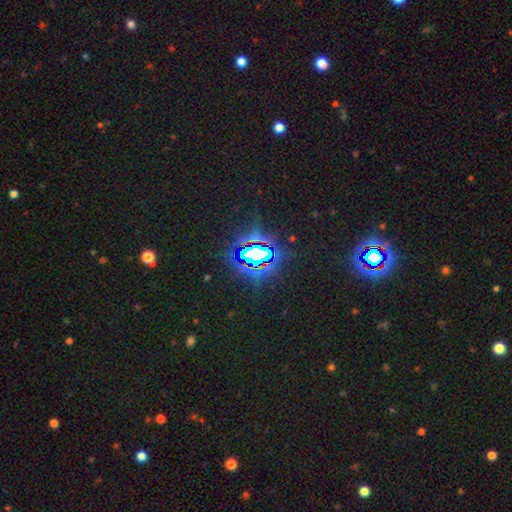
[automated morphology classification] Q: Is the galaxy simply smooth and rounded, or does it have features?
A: star or artifact — 78%.